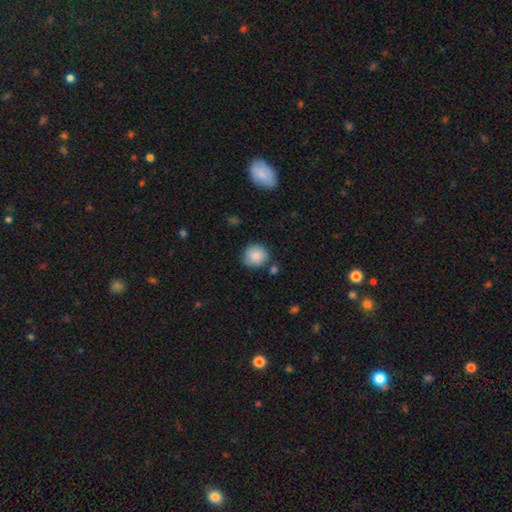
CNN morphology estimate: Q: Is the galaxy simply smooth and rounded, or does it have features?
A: smooth — 87%.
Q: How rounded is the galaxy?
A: round — 87%.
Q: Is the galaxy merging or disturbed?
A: none — 78%.